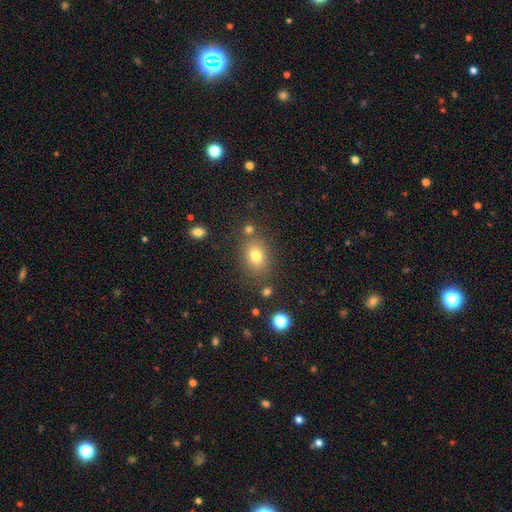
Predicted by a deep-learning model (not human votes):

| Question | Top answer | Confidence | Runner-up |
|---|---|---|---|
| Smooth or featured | smooth | 77% | star or artifact (13%) |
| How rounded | in between | 62% | round (36%) |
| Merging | none | 75% | minor disturbance (13%) |